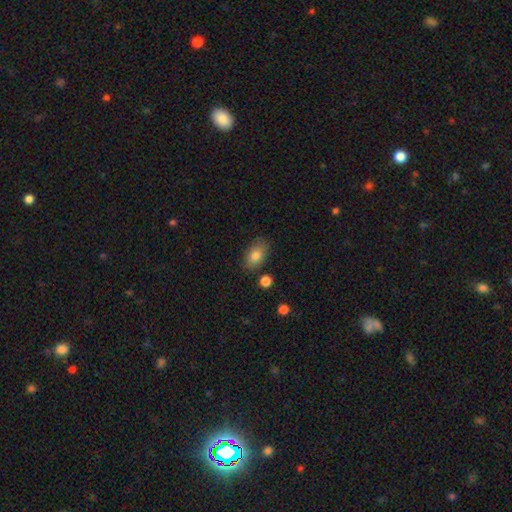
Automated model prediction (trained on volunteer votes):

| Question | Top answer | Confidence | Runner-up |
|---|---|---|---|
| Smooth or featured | smooth | 83% | featured or disk (10%) |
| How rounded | in between | 90% | round (8%) |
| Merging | none | 78% | minor disturbance (15%) |